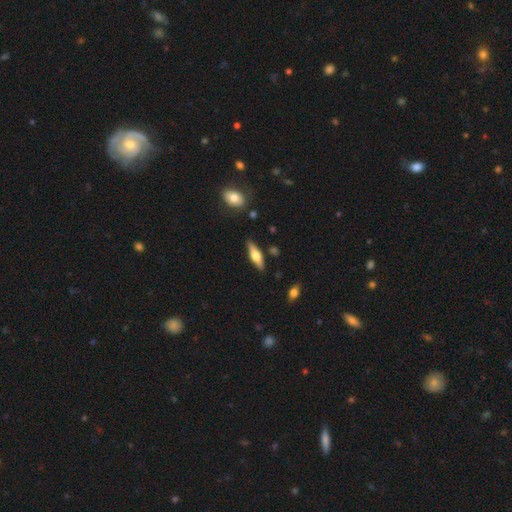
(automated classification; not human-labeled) A featured or disk galaxy (53%) viewed edge-on (93%).

Vote fractions:
- Smooth or featured? featured or disk: 53% / smooth: 41% / star or artifact: 6%
- Edge-on disk? yes: 93% / no: 7%
- Merging? none: 85% / minor disturbance: 10% / major disturbance: 2% / merger: 2%